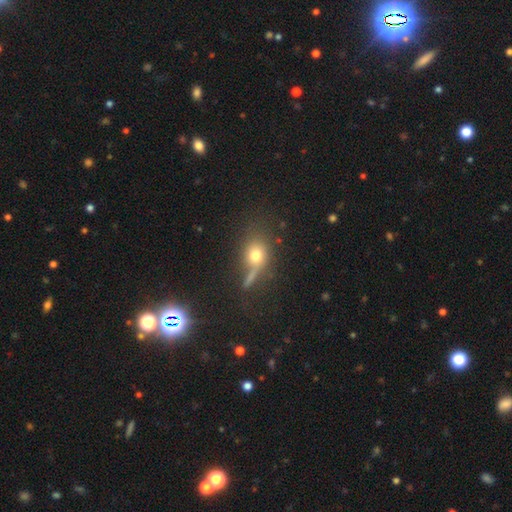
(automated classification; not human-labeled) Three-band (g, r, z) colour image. It shows a smooth galaxy with no disk features (69%) that is round (57%). Merging: none (49%).